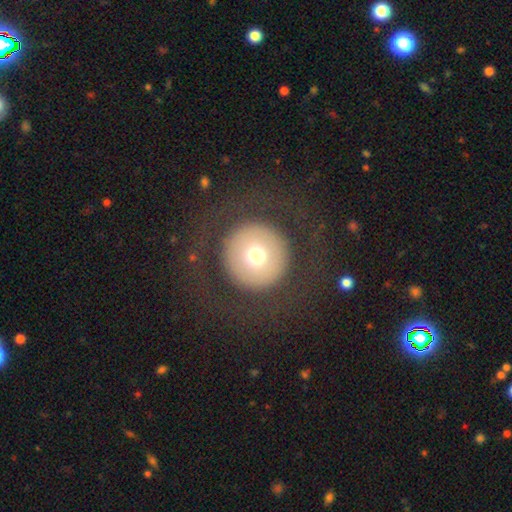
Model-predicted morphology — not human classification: Smooth or featured? smooth (63%)
How rounded? round (96%)
Merging? none (80%)